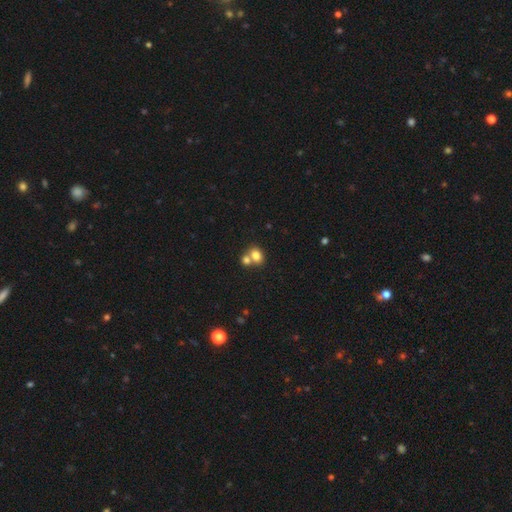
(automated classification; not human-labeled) Smooth or featured? smooth (79%)
How rounded? in between (56%)
Merging? merger (52%)